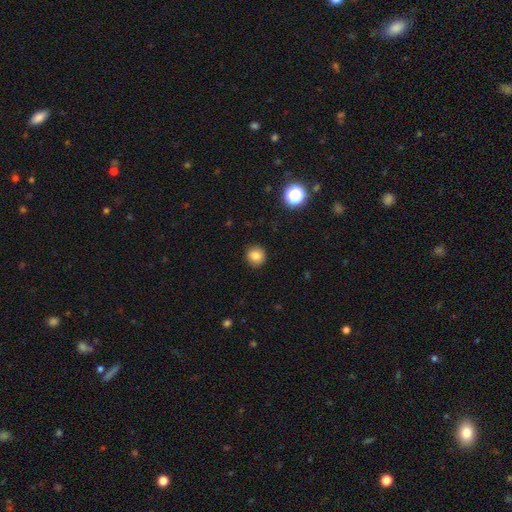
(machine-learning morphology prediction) smooth-or-featured: smooth: 84% | star or artifact: 11% | featured or disk: 5%
  how-rounded: round: 92% | in between: 7% | cigar-shaped: 1%
  merging: none: 91% | minor disturbance: 6% | major disturbance: 2% | merger: 1%